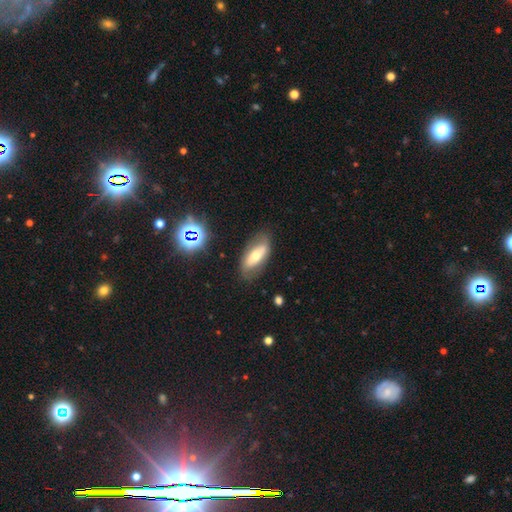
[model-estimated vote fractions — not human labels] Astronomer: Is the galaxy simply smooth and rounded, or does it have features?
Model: smooth — 51% (runner-up: featured or disk, 39%).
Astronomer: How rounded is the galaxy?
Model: in between — 79%.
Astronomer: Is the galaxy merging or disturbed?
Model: none — 76%.